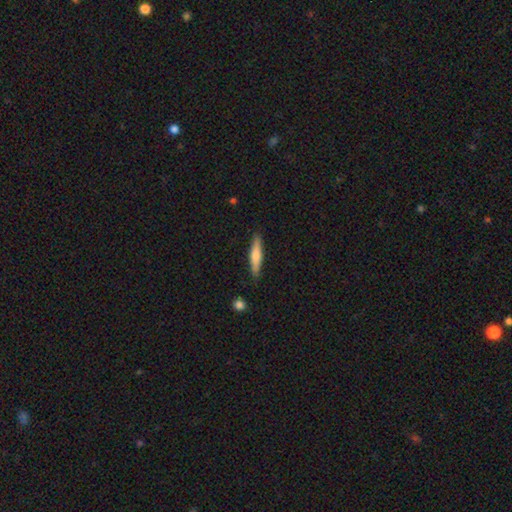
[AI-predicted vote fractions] Smooth or featured? Predicted: smooth (p=0.60). How rounded? Predicted: cigar-shaped (p=0.85). Merging? Predicted: none (p=0.88).